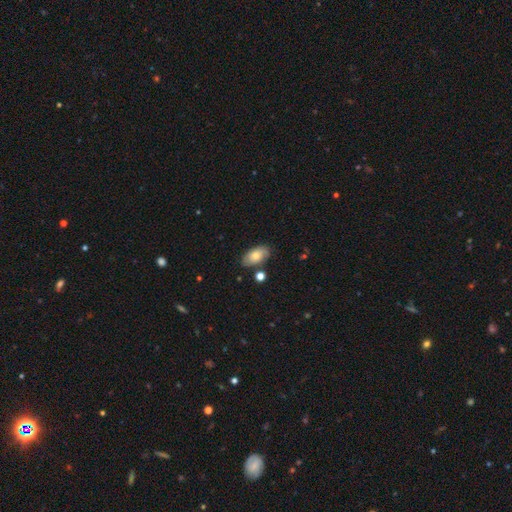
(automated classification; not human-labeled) Overall: smooth (63%; featured or disk 30%). How rounded: in between (92%). Merging: none (74%).